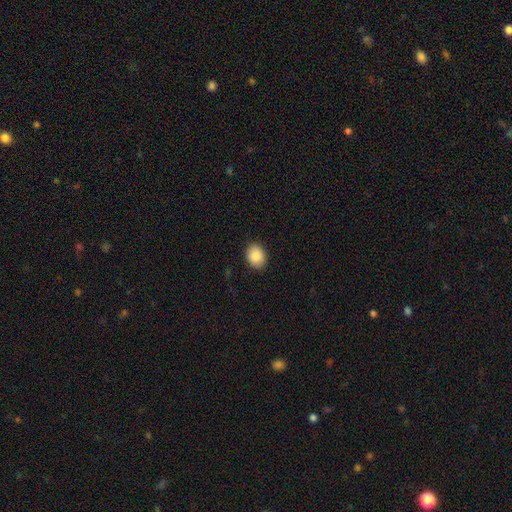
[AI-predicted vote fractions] Overall: smooth (88%). How rounded: in between (57%; round 42%). Merging: none (89%).